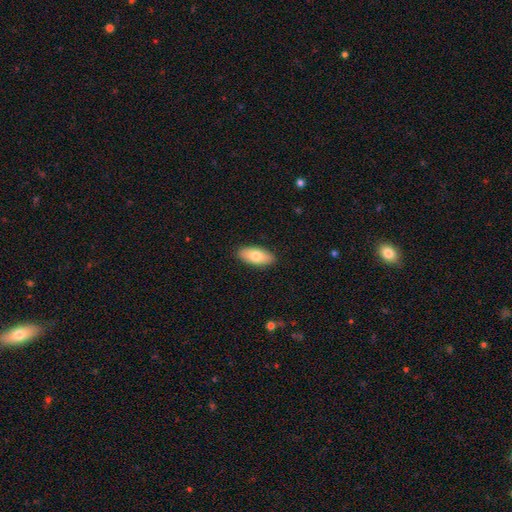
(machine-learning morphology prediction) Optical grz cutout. It shows a smooth galaxy with no disk features (77%) that is in between round and cigar-shaped (87%). Merging: none (89%).